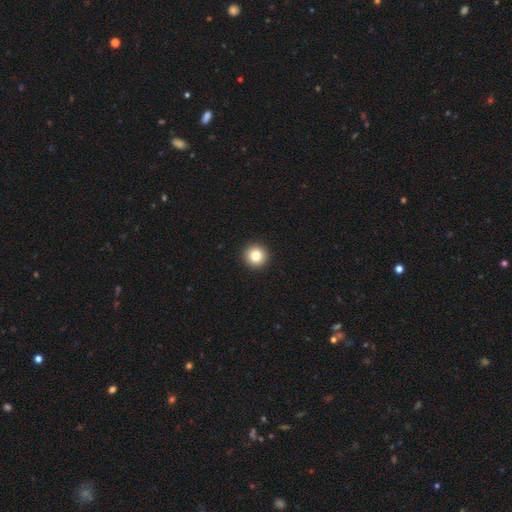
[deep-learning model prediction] smooth_or_featured: smooth (p=0.82) [alt: star or artifact p=0.10]
how_rounded: round (p=0.96) [alt: in between p=0.03]
merging: none (p=0.94) [alt: minor disturbance p=0.04]